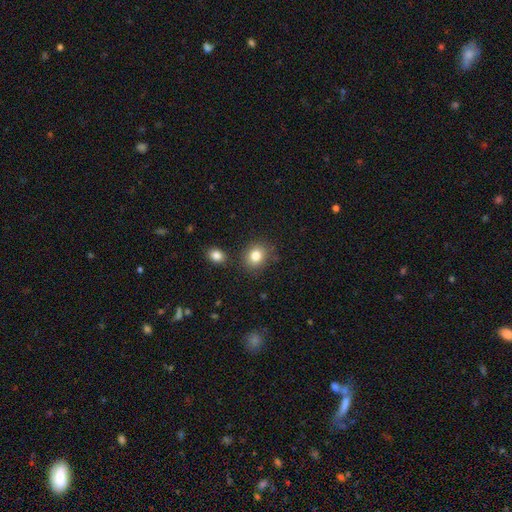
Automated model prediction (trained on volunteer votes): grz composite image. It shows a smooth galaxy with no disk features (83%) that is round (65%). Merging: none (81%).